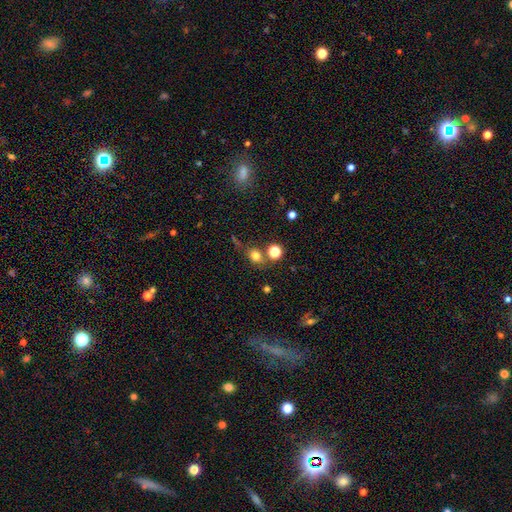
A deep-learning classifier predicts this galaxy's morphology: The model was most divided on "how rounded": round: 60%, in between: 38%, cigar-shaped: 2%. More confident: smooth or featured — smooth (75%); merging — none (63%).